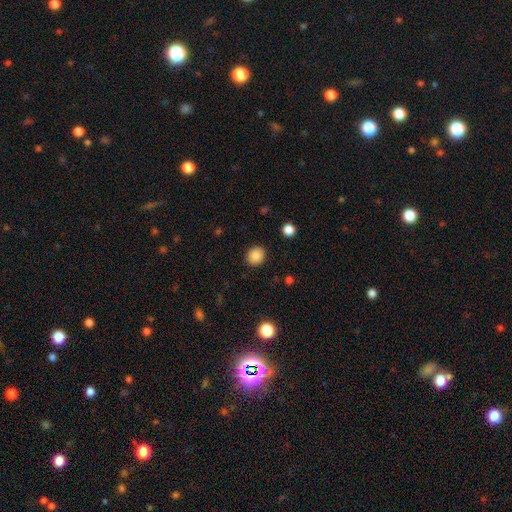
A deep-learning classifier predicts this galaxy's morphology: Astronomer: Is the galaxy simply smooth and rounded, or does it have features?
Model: smooth — 87%.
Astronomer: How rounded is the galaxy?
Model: round — 79%.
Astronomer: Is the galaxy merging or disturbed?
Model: none — 90%.